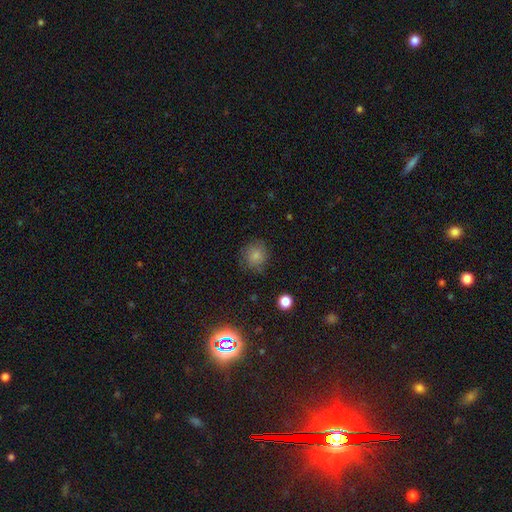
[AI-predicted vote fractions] Smooth or featured?
  - smooth: 80% *
  - star or artifact: 12%
  - featured or disk: 9%
How rounded?
  - round: 87% *
  - in between: 12%
  - cigar-shaped: 1%
Merging?
  - none: 77% *
  - minor disturbance: 16%
  - major disturbance: 5%
  - merger: 2%